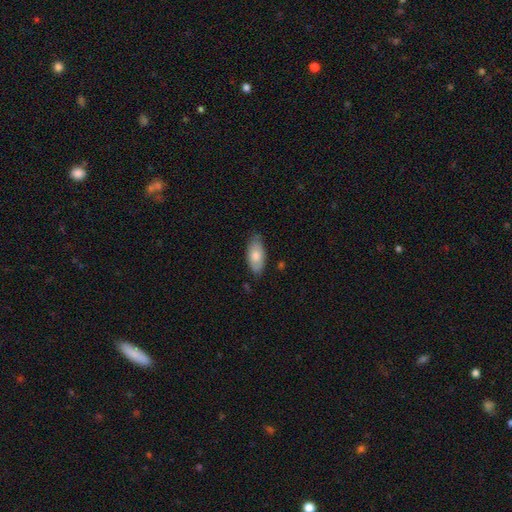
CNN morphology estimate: A smooth galaxy with no disk features (74%) that is in between round and cigar-shaped (91%).

Vote fractions:
- Smooth or featured? smooth: 74% / featured or disk: 20% / star or artifact: 6%
- How rounded? in between: 91% / cigar-shaped: 6% / round: 2%
- Merging? none: 77% / minor disturbance: 19% / major disturbance: 3% / merger: 1%